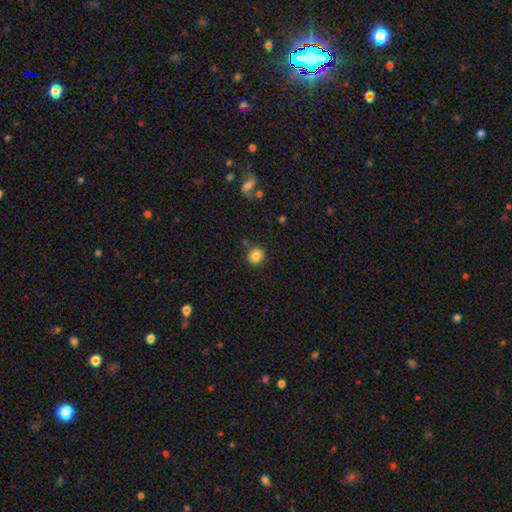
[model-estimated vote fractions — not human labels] This is clearly a smooth galaxy (84%). How rounded: clearly round (90%). Merging: clearly none (81%).